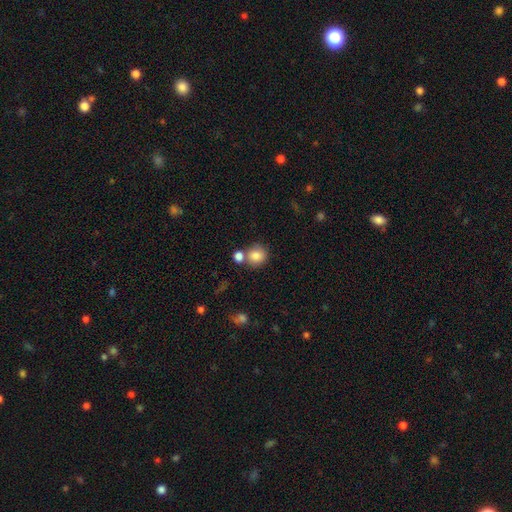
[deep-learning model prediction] Overall: smooth (83%). How rounded: round (84%). Merging: none (61%; merger 25%).